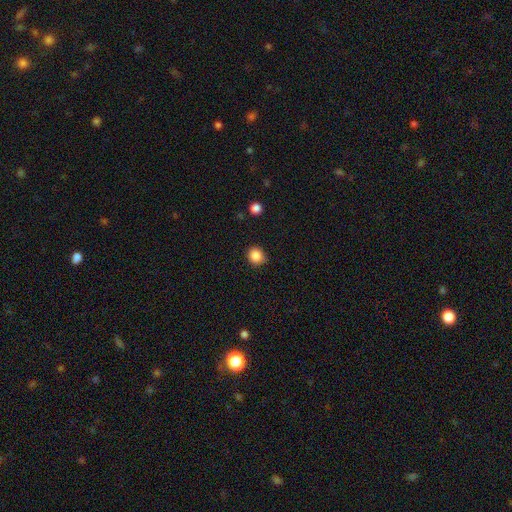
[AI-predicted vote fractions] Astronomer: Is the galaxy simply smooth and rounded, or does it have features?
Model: smooth — 86%.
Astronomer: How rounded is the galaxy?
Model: round — 85%.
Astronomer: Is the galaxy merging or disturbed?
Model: none — 85%.